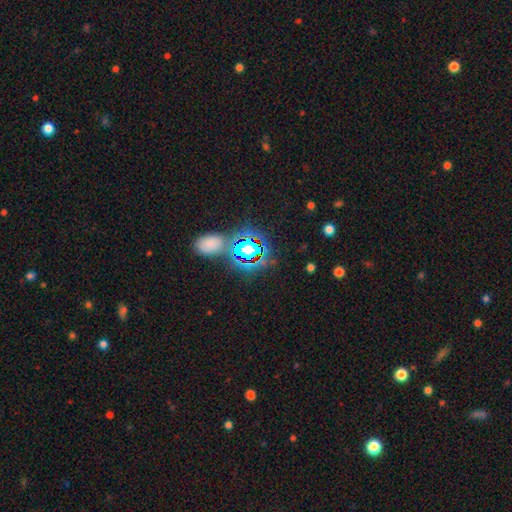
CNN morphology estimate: A star or artifact, not a galaxy (78%).